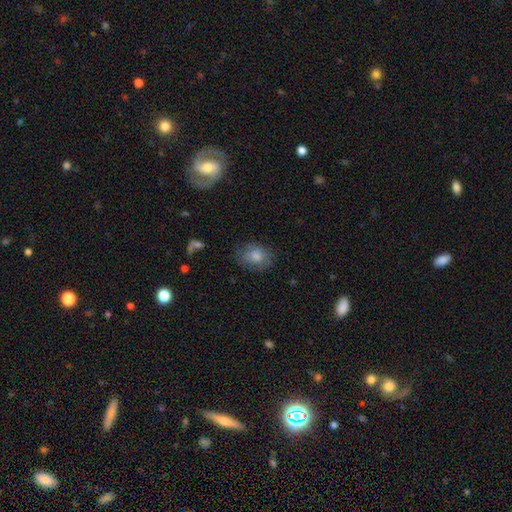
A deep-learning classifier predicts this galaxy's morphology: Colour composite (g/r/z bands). It shows a smooth galaxy with no disk features (77%) that is in between round and cigar-shaped (64%). Merging: none (67%).